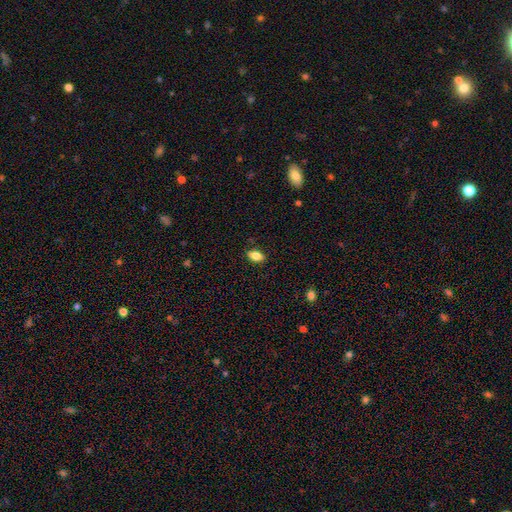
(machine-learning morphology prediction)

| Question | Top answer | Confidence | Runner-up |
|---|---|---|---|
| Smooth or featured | smooth | 82% | featured or disk (9%) |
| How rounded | in between | 88% | round (8%) |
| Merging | none | 86% | minor disturbance (10%) |